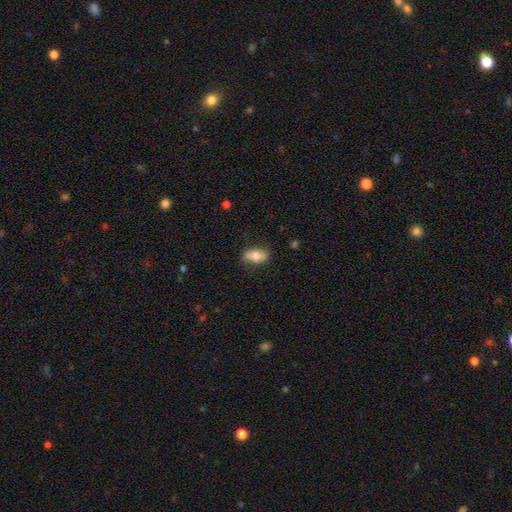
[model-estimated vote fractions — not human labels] Overall: smooth (63%; featured or disk 29%). How rounded: in between (86%). Merging: none (77%).